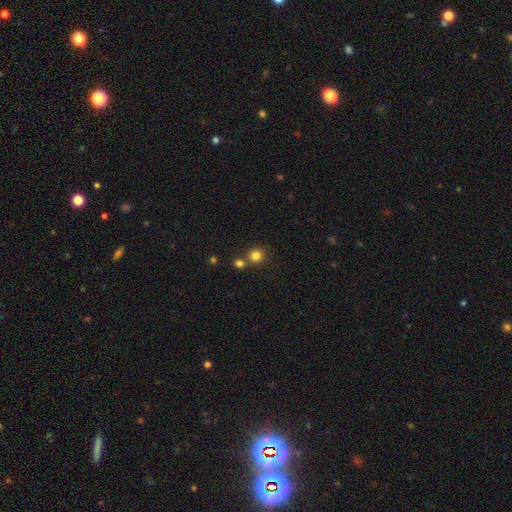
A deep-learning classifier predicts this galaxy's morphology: type=smooth (82%); roundness=round (91%); merging=none (71%).